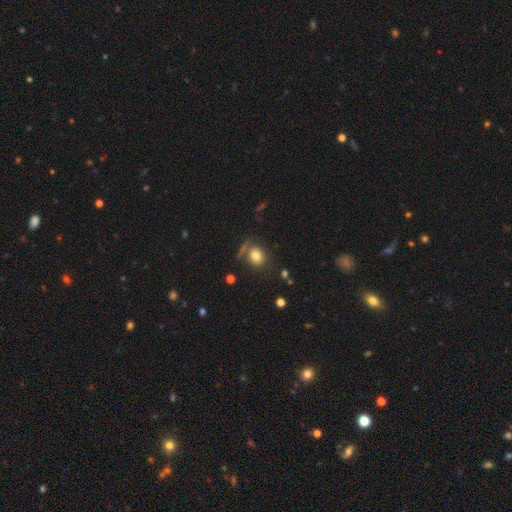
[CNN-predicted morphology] A smooth galaxy with no disk features (78%) that is in between round and cigar-shaped (49%, tied with round).

Vote fractions:
- Smooth or featured? smooth: 78% / featured or disk: 11% / star or artifact: 11%
- How rounded? in between: 49% (tied) / round: 49% (tied) / cigar-shaped: 2%
- Merging? none: 67% / minor disturbance: 15% / merger: 9% / major disturbance: 8%